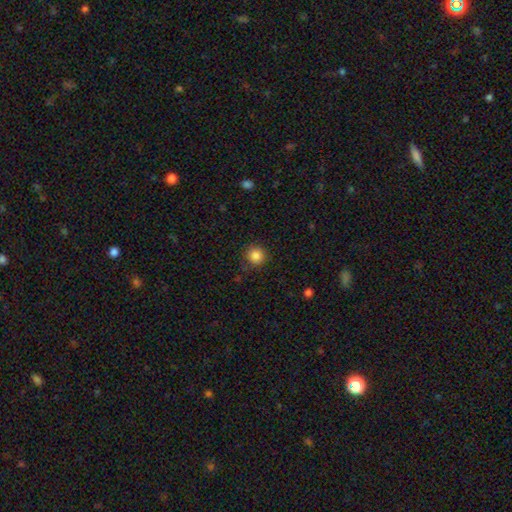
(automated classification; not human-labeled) This is clearly a smooth galaxy (85%). How rounded: clearly round (94%). Merging: clearly none (87%).